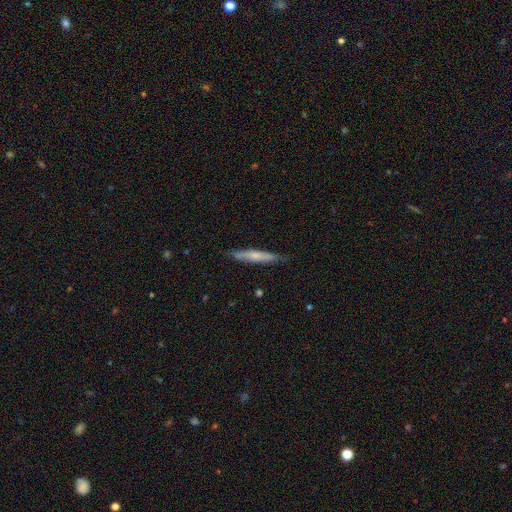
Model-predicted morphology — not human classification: Smooth or featured?
  - smooth: 53% *
  - featured or disk: 41%
  - star or artifact: 6%
How rounded?
  - cigar-shaped: 93% *
  - in between: 6%
  - round: 1%
Merging?
  - none: 82% *
  - minor disturbance: 14%
  - major disturbance: 2%
  - merger: 2%